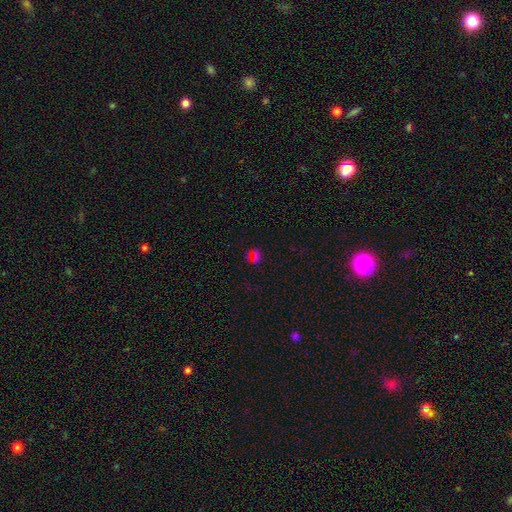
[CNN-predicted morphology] This appears to be a star or artifact, not a galaxy (47%).